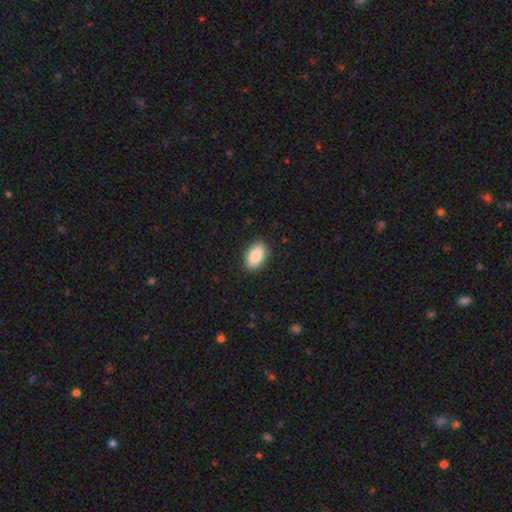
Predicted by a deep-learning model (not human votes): This appears to be a smooth galaxy with no disk features (90%) that is in between round and cigar-shaped (94%). Merging: none (89%).